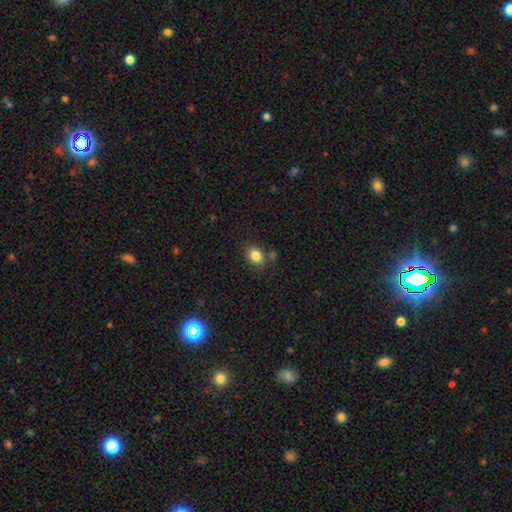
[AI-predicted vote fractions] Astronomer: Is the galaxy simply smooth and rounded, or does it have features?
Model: smooth — 84%.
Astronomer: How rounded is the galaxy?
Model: in between — 64%.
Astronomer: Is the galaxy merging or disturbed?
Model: none — 74%.